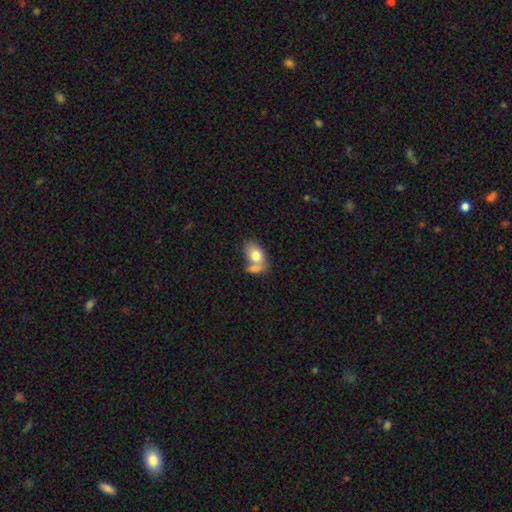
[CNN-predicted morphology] smooth 77%, featured or disk 17%, star or artifact 7%. Down the decision tree: how rounded — in between (86%); merging — merger (52%).